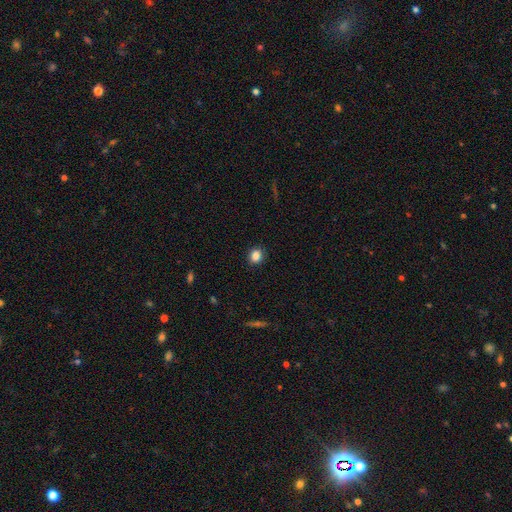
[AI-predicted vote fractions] Morphology: type=smooth (85%); roundness=round (70%); merging=none (90%).